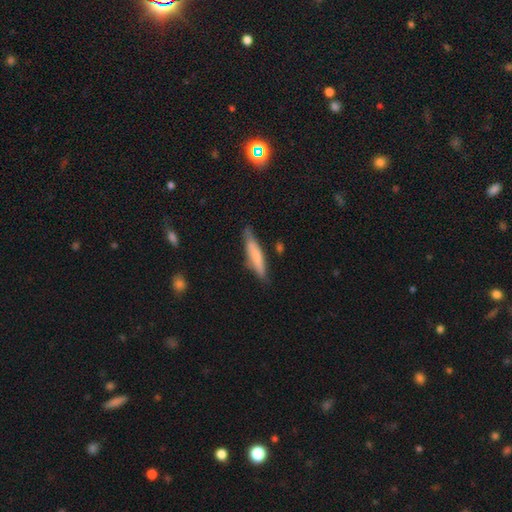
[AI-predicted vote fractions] Smooth or featured? smooth (68%)
How rounded? cigar-shaped (85%)
Merging? none (74%)